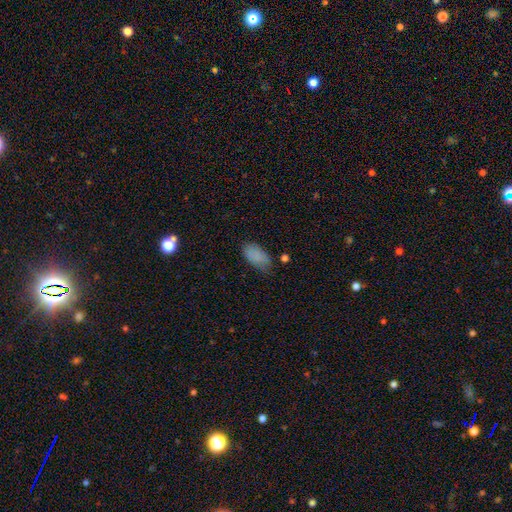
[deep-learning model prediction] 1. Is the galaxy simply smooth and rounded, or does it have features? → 85% smooth, 9% star or artifact, 7% featured or disk.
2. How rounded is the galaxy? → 93% in between, 4% round, 3% cigar-shaped.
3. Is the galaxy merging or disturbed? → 64% none, 27% minor disturbance, 7% major disturbance, 2% merger.